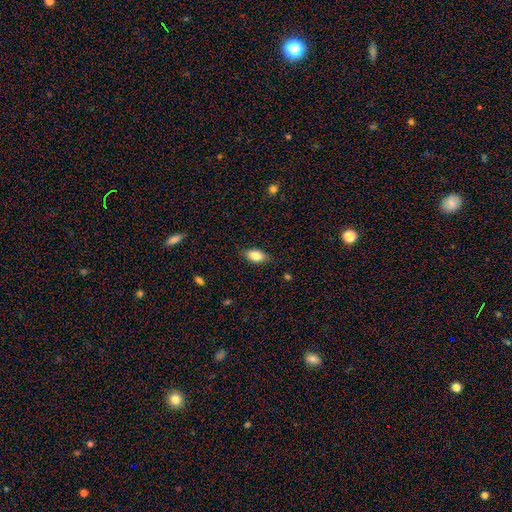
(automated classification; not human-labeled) This appears to be a smooth galaxy with no disk features (83%) that is in between round and cigar-shaped (89%). Merging: none (84%).